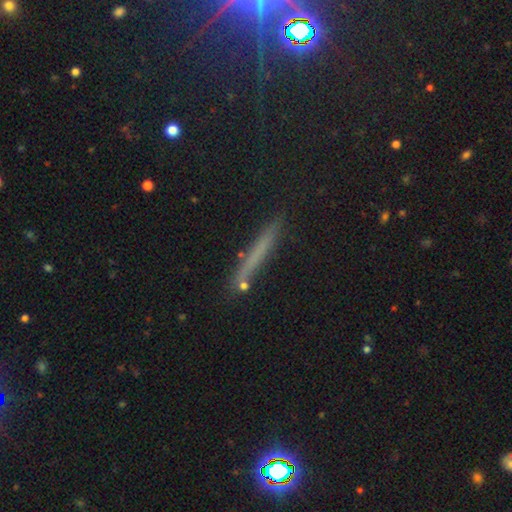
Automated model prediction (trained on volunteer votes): Smooth or featured: smooth — 51% (featured or disk — 29%)
How rounded: cigar-shaped — 94% (in between — 4%)
Merging: none — 81% (minor disturbance — 12%)